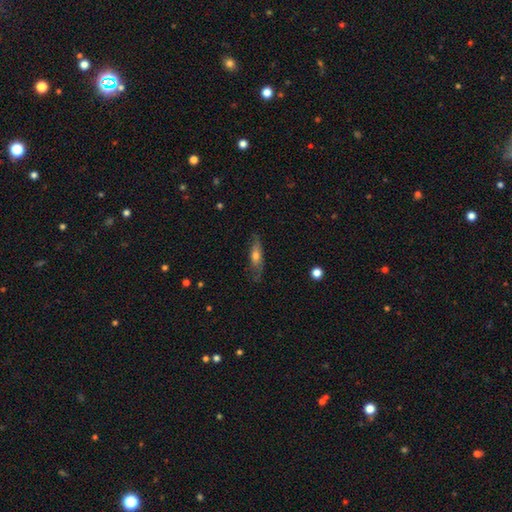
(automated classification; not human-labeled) smooth 51%, featured or disk 42%, star or artifact 7%. Down the decision tree: how rounded — cigar-shaped (57%); merging — none (72%).